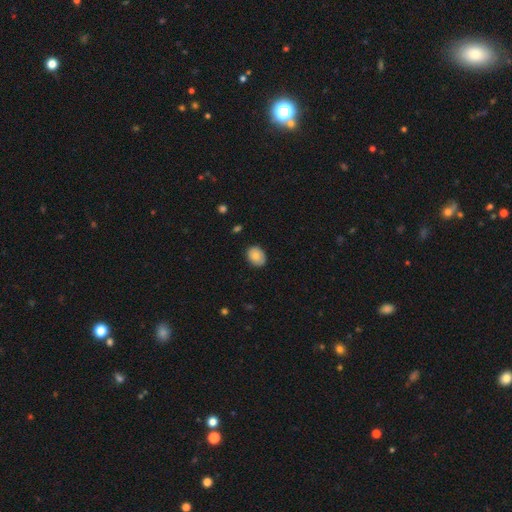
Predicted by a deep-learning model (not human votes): Morphology: type=smooth (80%); roundness=in between (59%); merging=none (82%).